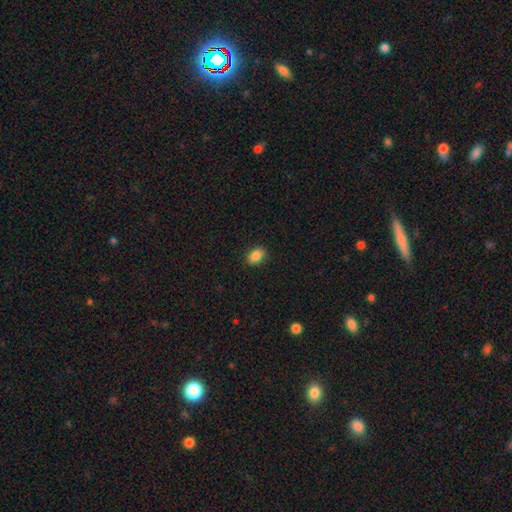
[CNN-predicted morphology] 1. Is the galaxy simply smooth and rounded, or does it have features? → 87% smooth, 9% star or artifact, 4% featured or disk.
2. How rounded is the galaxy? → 80% in between, 19% round, 1% cigar-shaped.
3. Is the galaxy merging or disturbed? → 89% none, 8% minor disturbance, 2% major disturbance, 1% merger.